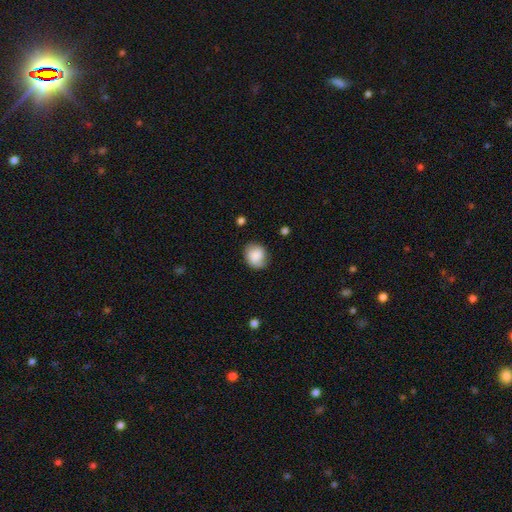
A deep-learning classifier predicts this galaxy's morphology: Overall: smooth (82%). How rounded: round (65%; in between 34%). Merging: none (69%).